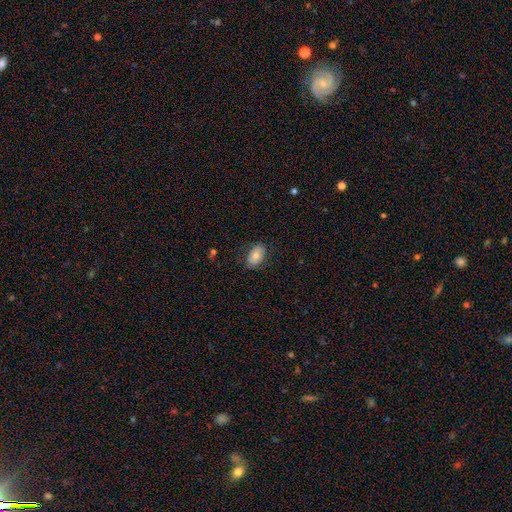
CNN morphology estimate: The model was most divided on "smooth or featured": smooth: 72%, featured or disk: 20%, star or artifact: 8%. More confident: how rounded — in between (90%); merging — none (77%).